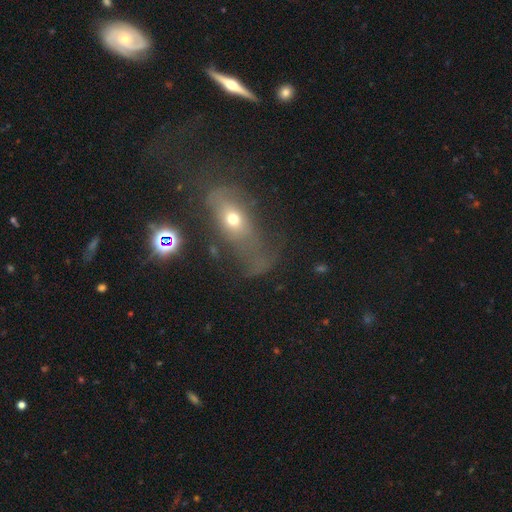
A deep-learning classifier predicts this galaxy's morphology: Overall: smooth (41%; featured or disk 38%). Merging: major disturbance (41%; none 31%).